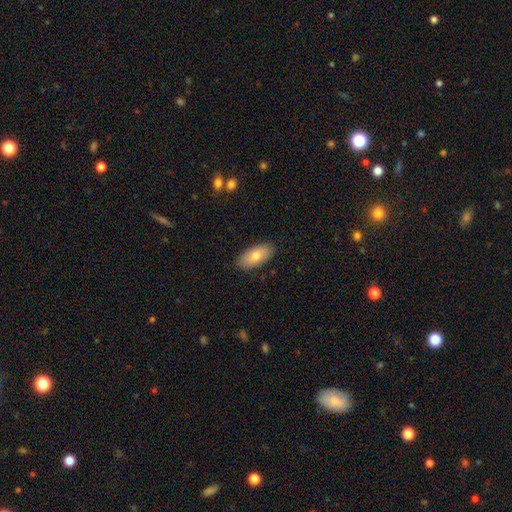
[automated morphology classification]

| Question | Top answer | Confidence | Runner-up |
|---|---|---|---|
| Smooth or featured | smooth | 76% | featured or disk (17%) |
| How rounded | in between | 92% | cigar-shaped (5%) |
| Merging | none | 88% | minor disturbance (9%) |